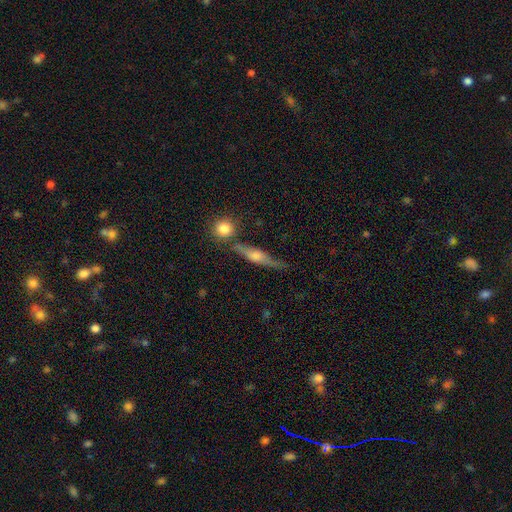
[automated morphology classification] Q: Smooth or featured?
A: featured or disk (62%); runner-up: smooth (30%)
Q: Edge-on disk?
A: yes (91%); runner-up: no (9%)
Q: Edge-on bulge?
A: rounded (82%); runner-up: boxy (11%)
Q: Merging?
A: none (69%); runner-up: minor disturbance (17%)